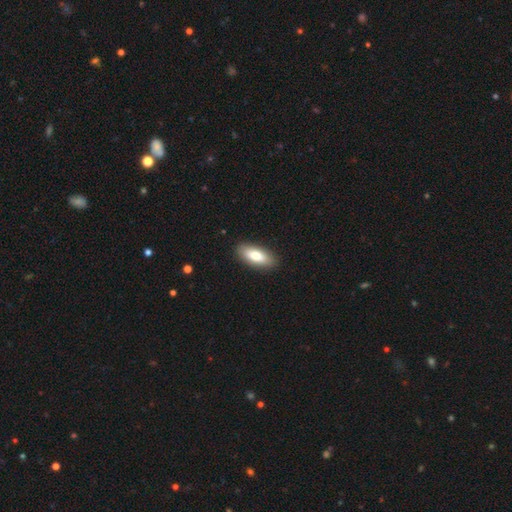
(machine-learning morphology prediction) Smooth or featured? smooth (73%)
How rounded? in between (82%)
Merging? none (89%)